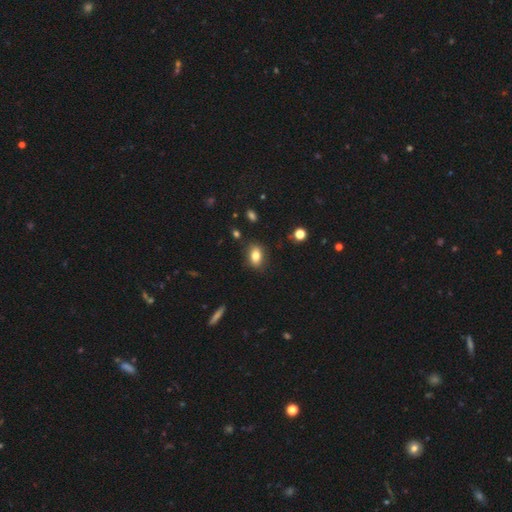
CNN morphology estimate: Smooth or featured? Predicted: smooth (p=0.81). How rounded? Predicted: in between (p=0.81). Merging? Predicted: none (p=0.84).